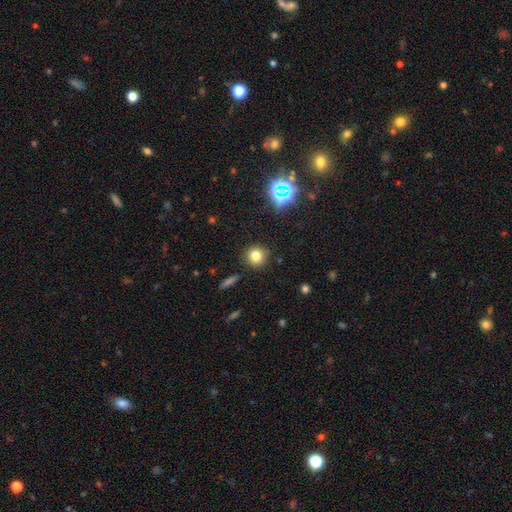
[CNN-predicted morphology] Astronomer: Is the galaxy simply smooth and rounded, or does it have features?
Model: smooth — 77%.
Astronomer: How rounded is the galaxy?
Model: round — 91%.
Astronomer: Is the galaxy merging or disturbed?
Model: none — 89%.